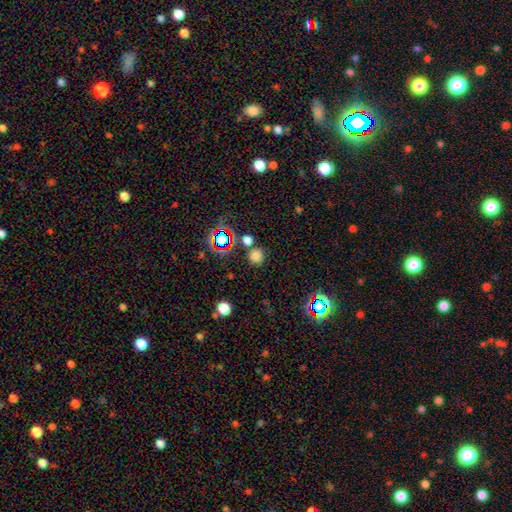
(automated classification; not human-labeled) This is likely a smooth galaxy (73%). How rounded: clearly round (91%). Merging: likely none (76%).